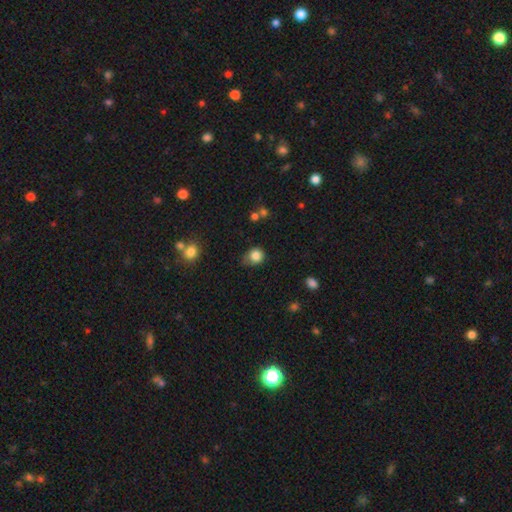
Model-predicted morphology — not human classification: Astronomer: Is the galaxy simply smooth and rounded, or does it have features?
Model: smooth — 84%.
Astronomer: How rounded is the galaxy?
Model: round — 73%.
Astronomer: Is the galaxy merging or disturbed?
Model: none — 53% (runner-up: minor disturbance, 35%).